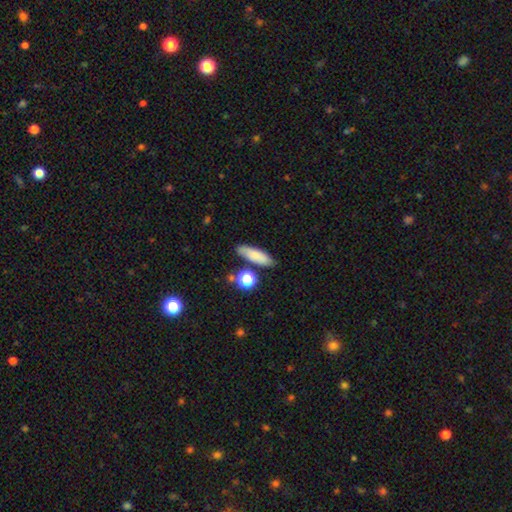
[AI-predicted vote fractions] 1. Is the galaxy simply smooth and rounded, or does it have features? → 76% smooth, 15% featured or disk, 9% star or artifact.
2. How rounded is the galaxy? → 48% cigar-shaped, 46% in between, 6% round.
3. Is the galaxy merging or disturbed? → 75% none, 14% minor disturbance, 8% merger, 4% major disturbance.